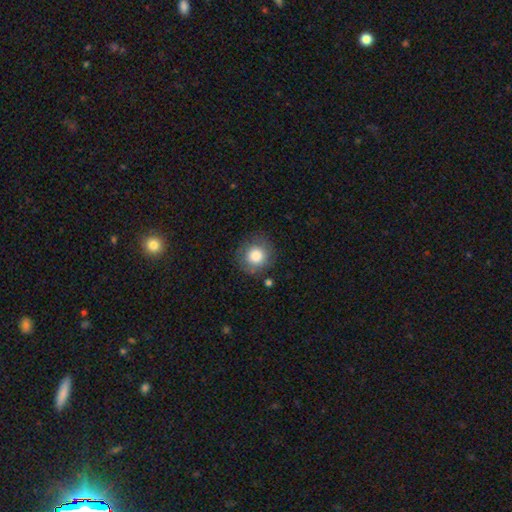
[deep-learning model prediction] smooth 82%, featured or disk 10%, star or artifact 9%. Down the decision tree: how rounded — round (93%); merging — none (82%).